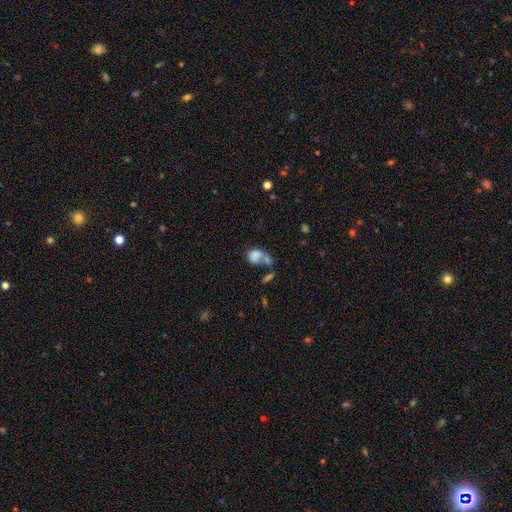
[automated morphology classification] type=smooth (77%); roundness=in between (54%); merging=merger (52%).